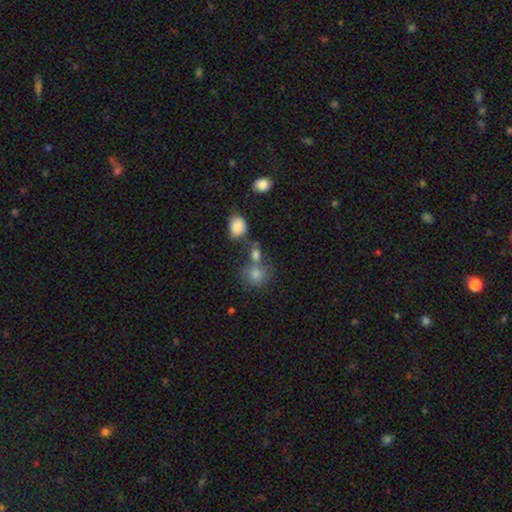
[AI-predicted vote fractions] Morphology: type=smooth (75%); roundness=round (71%); merging=none (56%).